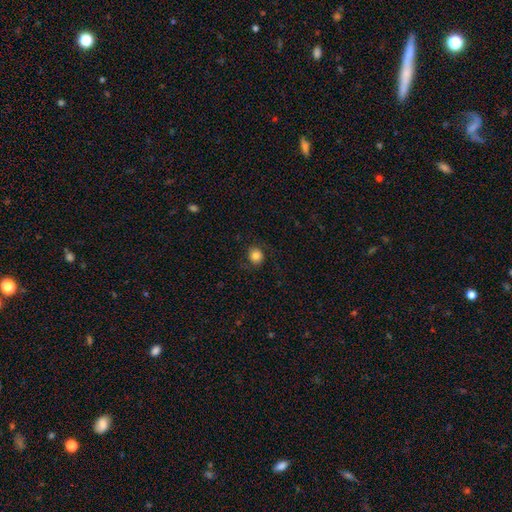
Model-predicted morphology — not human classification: Smooth or featured?
  - smooth: 81% *
  - star or artifact: 10%
  - featured or disk: 9%
How rounded?
  - round: 84% *
  - in between: 15%
  - cigar-shaped: 1%
Merging?
  - none: 84% *
  - minor disturbance: 11%
  - major disturbance: 5%
  - merger: 1%